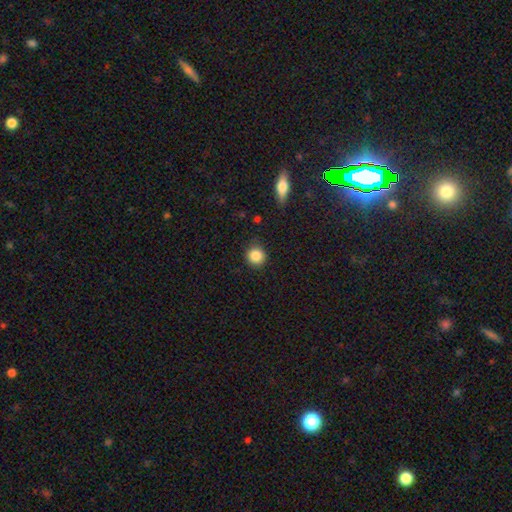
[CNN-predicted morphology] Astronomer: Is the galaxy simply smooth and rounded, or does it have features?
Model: smooth — 87%.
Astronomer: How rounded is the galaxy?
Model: round — 91%.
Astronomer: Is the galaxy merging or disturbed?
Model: none — 86%.